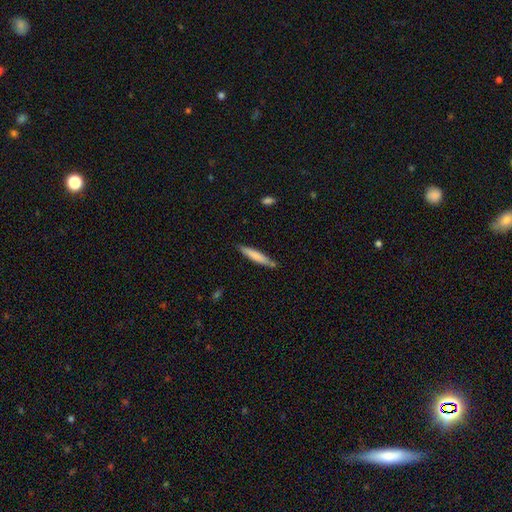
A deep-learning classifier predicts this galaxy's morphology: Q: Smooth or featured?
A: smooth (75%); runner-up: featured or disk (20%)
Q: How rounded?
A: cigar-shaped (91%); runner-up: in between (8%)
Q: Merging?
A: none (79%); runner-up: minor disturbance (15%)